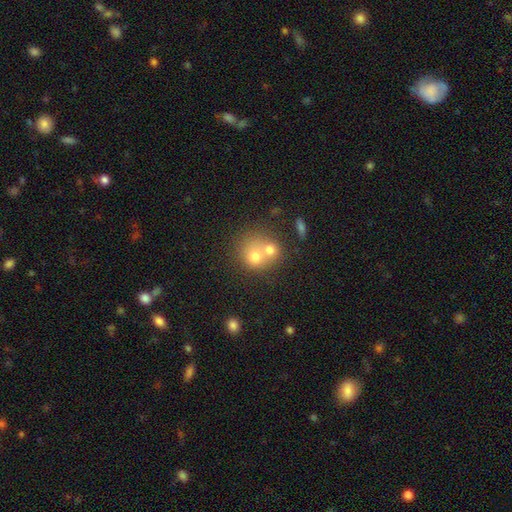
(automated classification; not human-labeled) Overall: smooth (67%). How rounded: round (79%). Merging: merger (60%; none 29%).